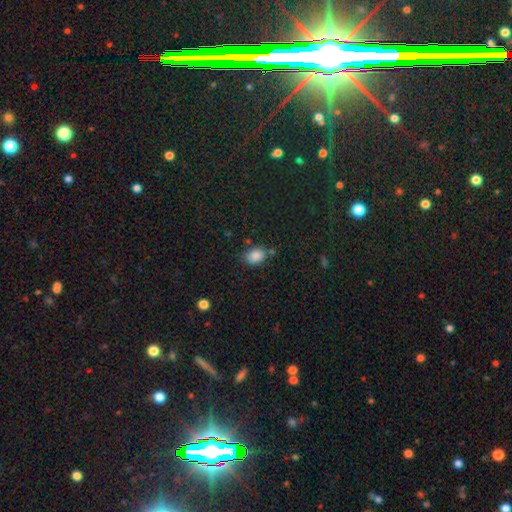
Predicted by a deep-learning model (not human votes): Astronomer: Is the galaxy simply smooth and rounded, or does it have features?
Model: smooth — 84%.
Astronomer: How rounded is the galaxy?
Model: in between — 72%.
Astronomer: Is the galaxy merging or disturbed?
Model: none — 70%.